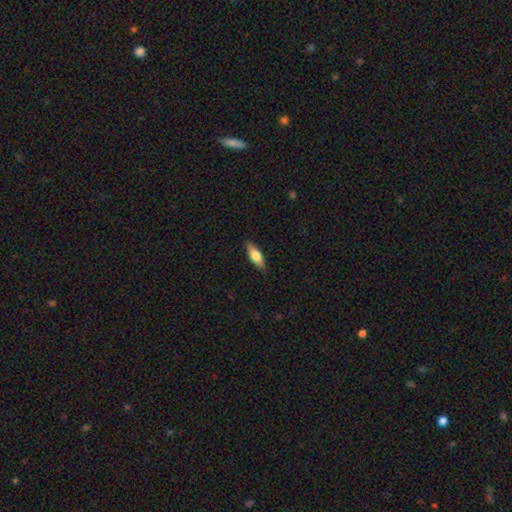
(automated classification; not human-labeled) Smooth or featured? smooth (71%)
How rounded? in between (64%)
Merging? none (86%)